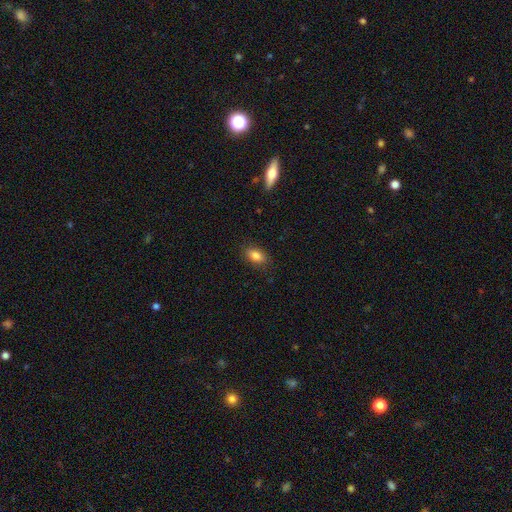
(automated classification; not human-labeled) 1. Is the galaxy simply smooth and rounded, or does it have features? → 85% smooth, 9% star or artifact, 7% featured or disk.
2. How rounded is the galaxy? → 88% in between, 9% round, 3% cigar-shaped.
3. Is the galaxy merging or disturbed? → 86% none, 10% minor disturbance, 3% major disturbance, 1% merger.